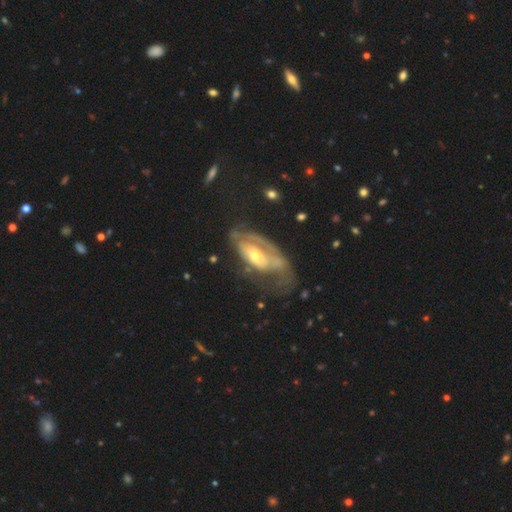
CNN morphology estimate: type=featured or disk (71%); edge-on=no (91%); bar=no (67%); spiral arms=yes (66%); bulge=small (51%); merging=major disturbance (45%).